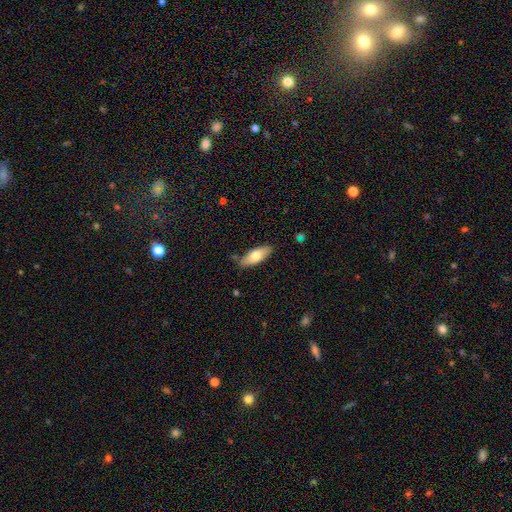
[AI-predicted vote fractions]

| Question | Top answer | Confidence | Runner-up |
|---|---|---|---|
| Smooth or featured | smooth | 72% | featured or disk (22%) |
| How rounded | in between | 73% | cigar-shaped (24%) |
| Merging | none | 80% | minor disturbance (15%) |